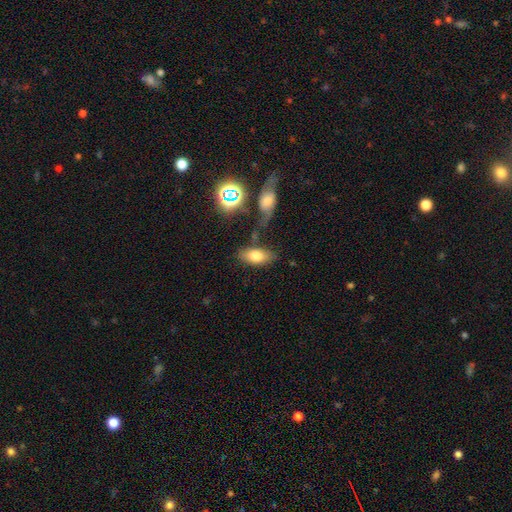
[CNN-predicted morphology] type=smooth (75%); roundness=in between (90%); merging=none (69%).